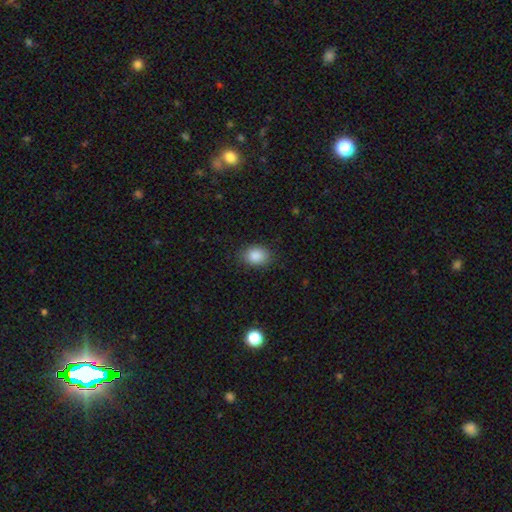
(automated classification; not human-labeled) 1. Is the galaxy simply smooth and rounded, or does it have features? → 88% smooth, 8% star or artifact, 4% featured or disk.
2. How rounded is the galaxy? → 61% in between, 38% round, 1% cigar-shaped.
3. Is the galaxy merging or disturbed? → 84% none, 12% minor disturbance, 3% major disturbance, 1% merger.